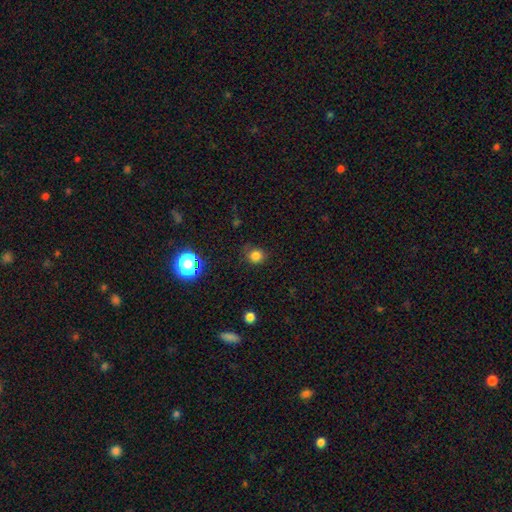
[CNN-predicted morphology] smooth-or-featured: smooth: 79% | star or artifact: 16% | featured or disk: 5%
  how-rounded: round: 86% | in between: 13% | cigar-shaped: 1%
  merging: none: 79% | minor disturbance: 15% | major disturbance: 5% | merger: 2%